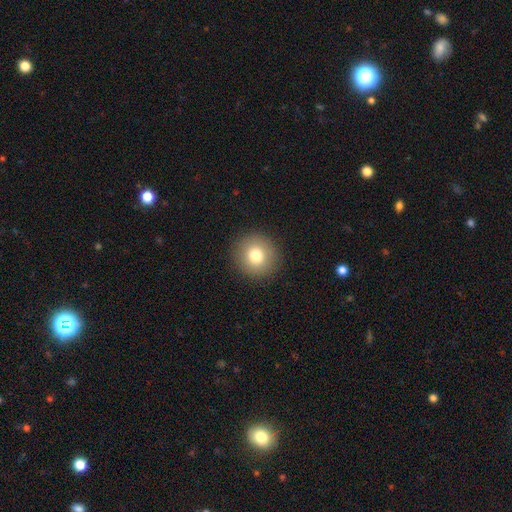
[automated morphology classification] smooth_or_featured: smooth (p=0.78) [alt: featured or disk p=0.11]
how_rounded: round (p=0.93) [alt: in between p=0.06]
merging: none (p=0.91) [alt: minor disturbance p=0.06]